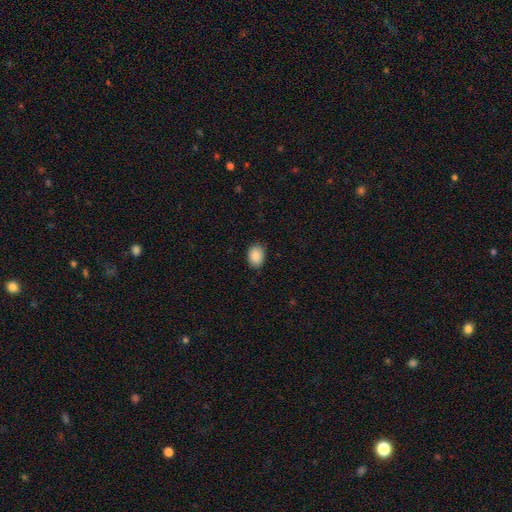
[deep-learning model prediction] Overall: smooth (89%). How rounded: in between (66%; round 33%). Merging: none (85%).